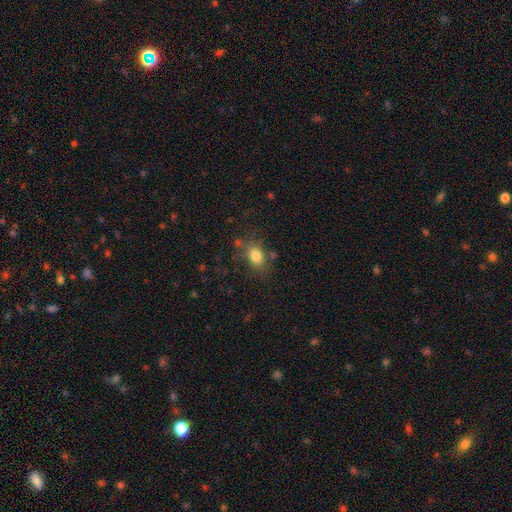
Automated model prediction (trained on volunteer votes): A smooth galaxy with no disk features (80%) that is in between round and cigar-shaped (69%). Merging: none (68%).